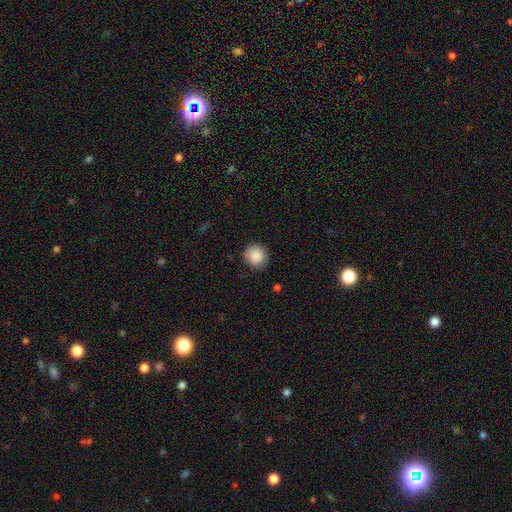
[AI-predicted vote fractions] Smooth or featured? smooth (89%)
How rounded? round (93%)
Merging? none (87%)